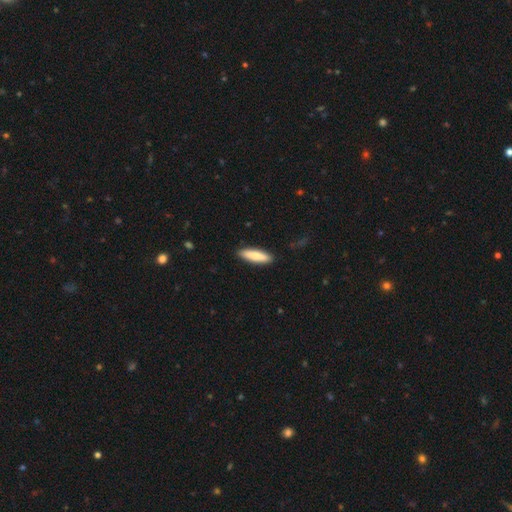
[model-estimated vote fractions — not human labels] This appears to be a smooth galaxy with no disk features (81%) that is cigar-shaped (65%). Merging: none (90%).